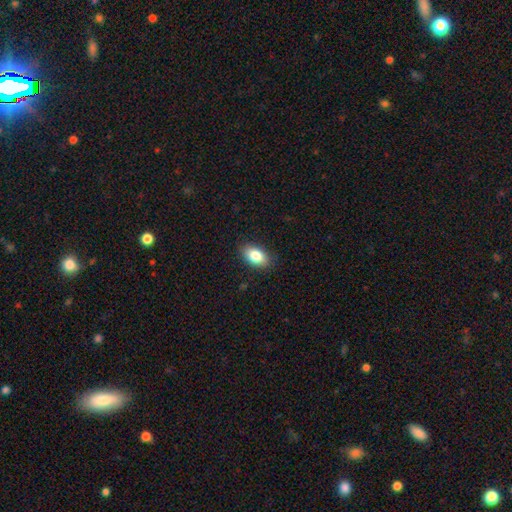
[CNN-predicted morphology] smooth_or_featured: smooth (p=0.83) [alt: featured or disk p=0.09]
how_rounded: in between (p=0.89) [alt: round p=0.08]
merging: none (p=0.87) [alt: minor disturbance p=0.10]